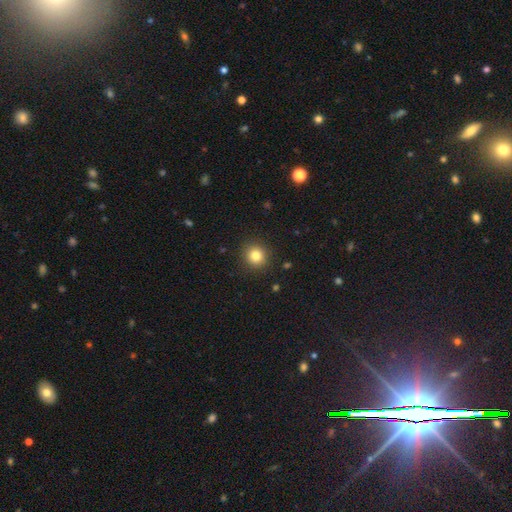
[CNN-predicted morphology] Q: Smooth or featured?
A: smooth (82%); runner-up: star or artifact (12%)
Q: How rounded?
A: round (92%); runner-up: in between (7%)
Q: Merging?
A: none (91%); runner-up: minor disturbance (6%)